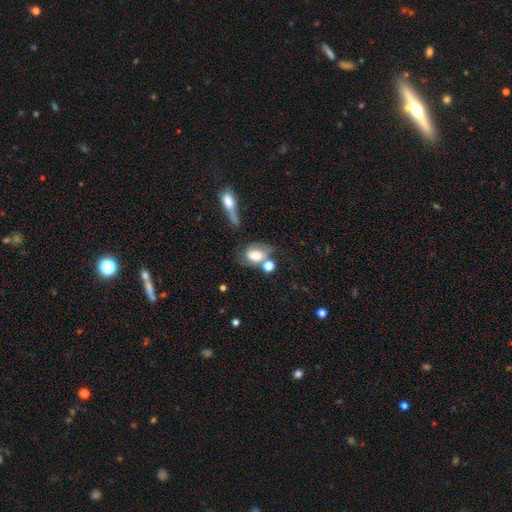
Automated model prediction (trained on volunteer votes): This appears to be a smooth galaxy with no disk features (61%) that is in between round and cigar-shaped (75%). Merging: none (34%).